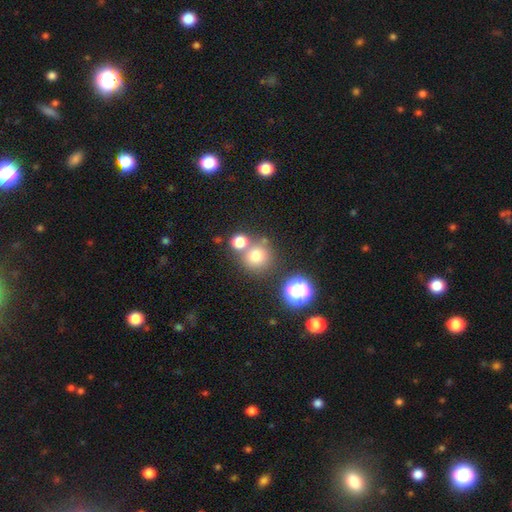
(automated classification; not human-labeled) smooth 75%, star or artifact 16%, featured or disk 9%. Down the decision tree: how rounded — round (90%); merging — none (62%).